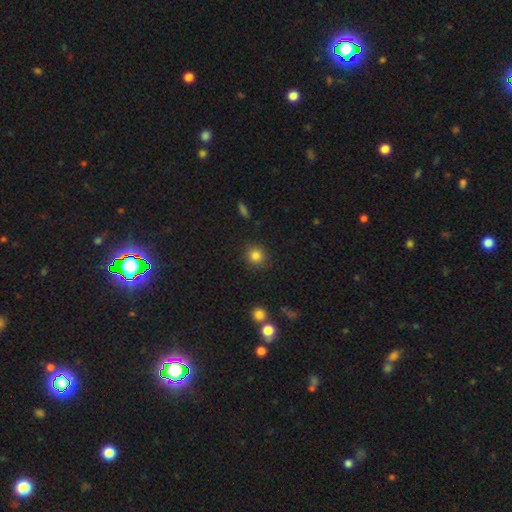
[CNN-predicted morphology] Smooth or featured: smooth — 84% (star or artifact — 11%)
How rounded: round — 91% (in between — 8%)
Merging: none — 89% (minor disturbance — 7%)